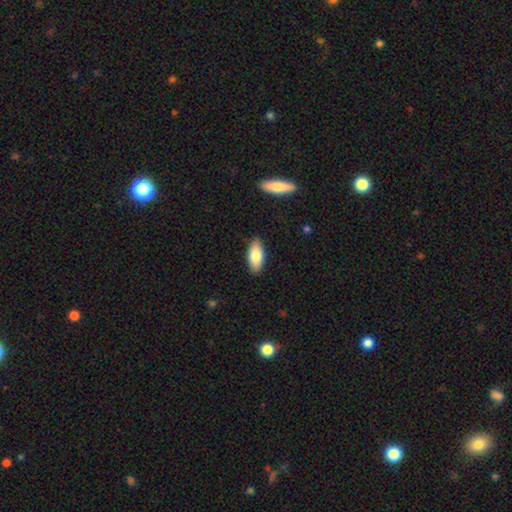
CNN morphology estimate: This is likely a smooth galaxy (79%). How rounded: clearly in between (87%). Merging: clearly none (87%).